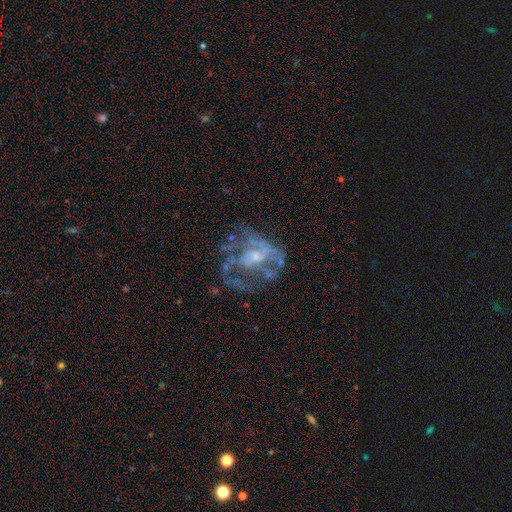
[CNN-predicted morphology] This appears to be a featured or disk galaxy (76%) with no bar (70%), spiral arms (53%) and a small central bulge (52%). Merging: none (45%).